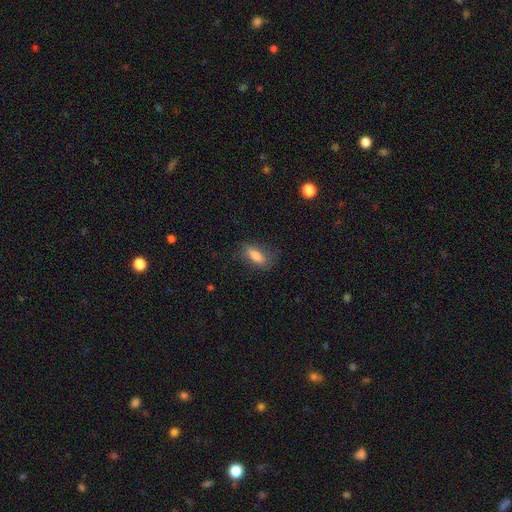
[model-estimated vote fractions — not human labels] A smooth galaxy with no disk features (78%) that is in between round and cigar-shaped (76%). Merging: none (71%).